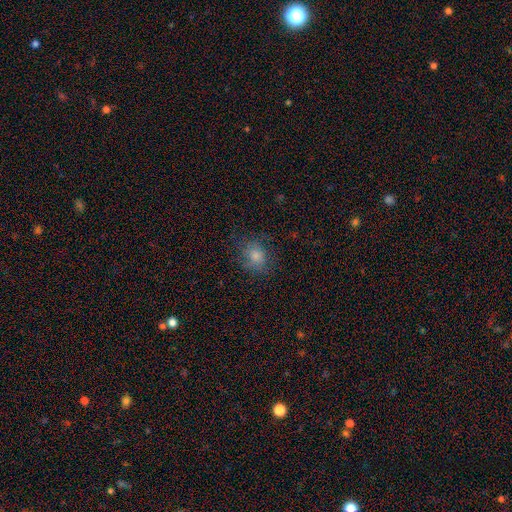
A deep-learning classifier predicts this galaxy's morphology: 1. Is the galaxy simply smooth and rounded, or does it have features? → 70% smooth, 15% star or artifact, 14% featured or disk.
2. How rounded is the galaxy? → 65% round, 33% in between, 1% cigar-shaped.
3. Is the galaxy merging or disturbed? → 74% none, 17% minor disturbance, 8% major disturbance, 1% merger.